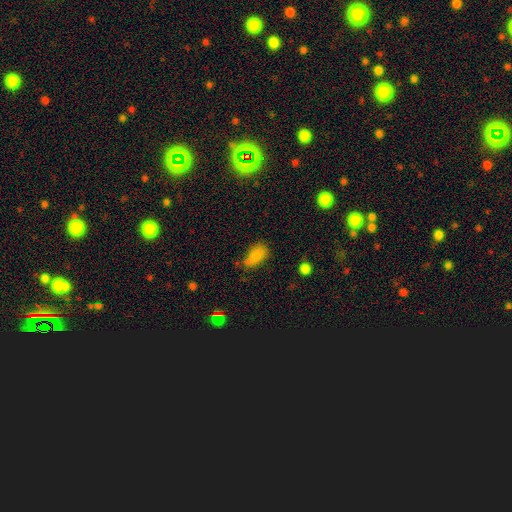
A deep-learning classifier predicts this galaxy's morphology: smooth_or_featured: smooth (p=0.82) [alt: star or artifact p=0.11]
how_rounded: in between (p=0.91) [alt: round p=0.06]
merging: none (p=0.52) [alt: minor disturbance p=0.31]